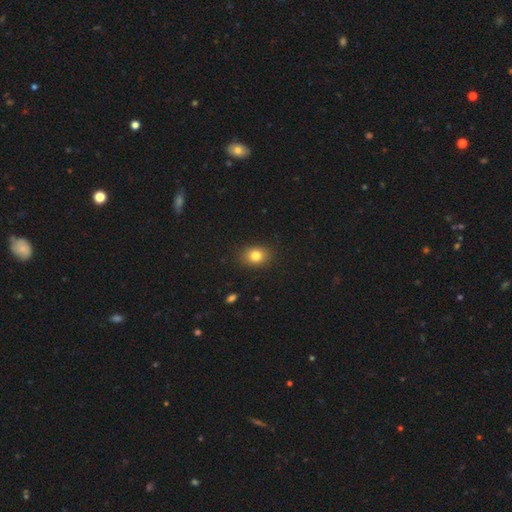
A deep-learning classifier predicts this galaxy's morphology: smooth 81%, star or artifact 11%, featured or disk 8%. Down the decision tree: how rounded — in between (50%); merging — none (88%).